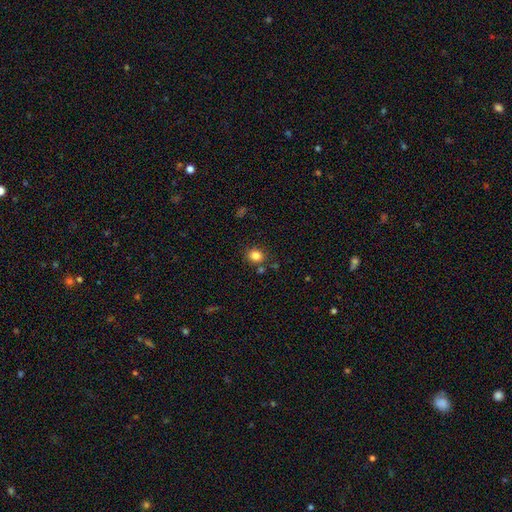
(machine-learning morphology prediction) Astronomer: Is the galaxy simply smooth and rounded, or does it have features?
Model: smooth — 83%.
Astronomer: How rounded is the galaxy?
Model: round — 79%.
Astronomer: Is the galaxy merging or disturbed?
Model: none — 81%.